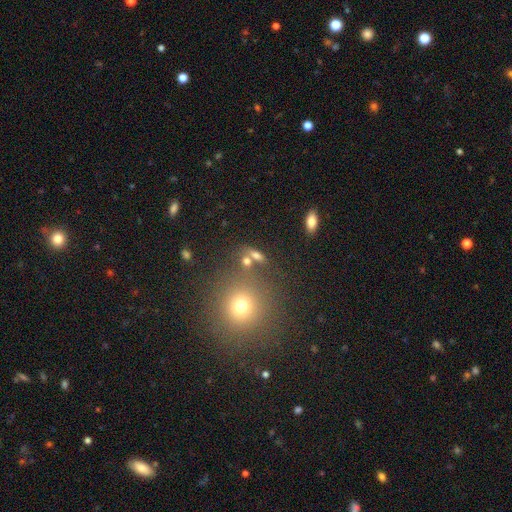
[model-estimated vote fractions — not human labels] smooth 67%, star or artifact 18%, featured or disk 15%. Down the decision tree: how rounded — in between (56%); merging — none (58%).